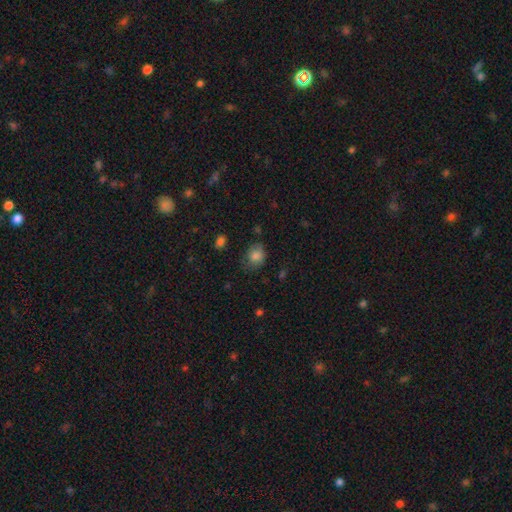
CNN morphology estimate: Smooth or featured?
  - smooth: 81% *
  - star or artifact: 10%
  - featured or disk: 9%
How rounded?
  - round: 53% *
  - in between: 46%
  - cigar-shaped: 1%
Merging?
  - none: 63% *
  - minor disturbance: 27%
  - major disturbance: 8%
  - merger: 2%